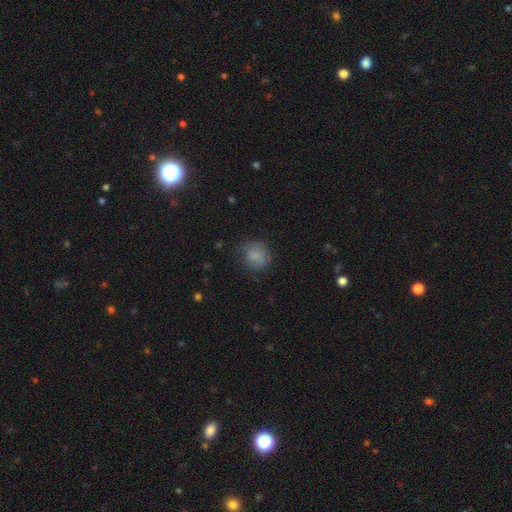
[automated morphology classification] A smooth galaxy with no disk features (77%) that is round (75%).

Vote fractions:
- Smooth or featured? smooth: 77% / featured or disk: 12% / star or artifact: 11%
- How rounded? round: 75% / in between: 24% / cigar-shaped: 1%
- Merging? none: 68% / minor disturbance: 21% / major disturbance: 9% / merger: 2%